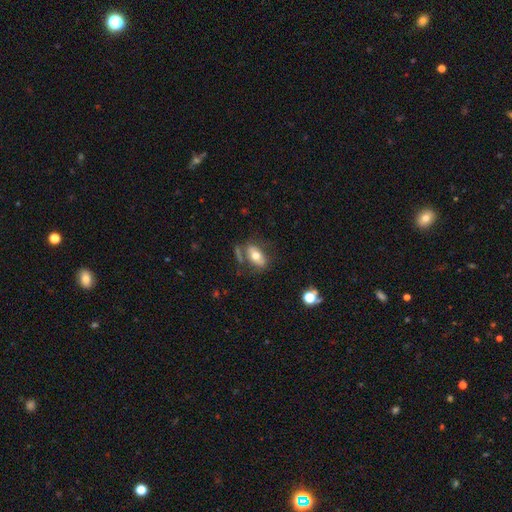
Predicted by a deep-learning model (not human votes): smooth 61%, featured or disk 32%, star or artifact 8%. Down the decision tree: how rounded — in between (88%); merging — none (59%).